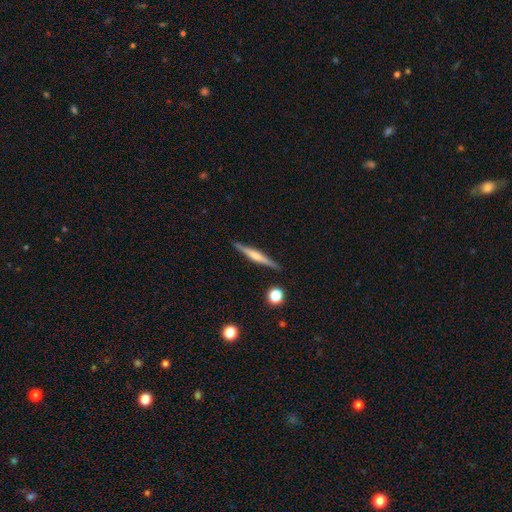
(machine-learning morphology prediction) A featured or disk galaxy (62%) viewed edge-on (98%) with a rounded central bulge (54%). Merging: none (89%).